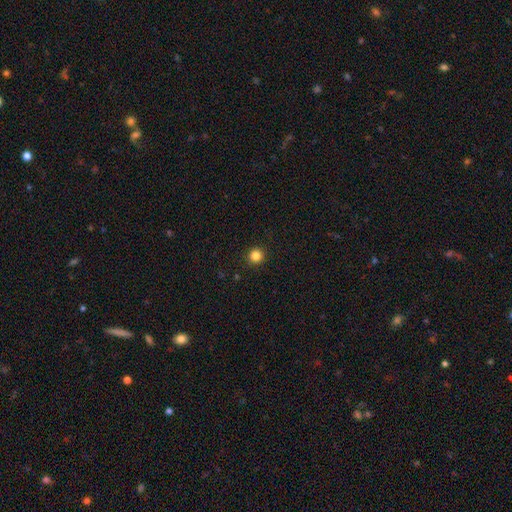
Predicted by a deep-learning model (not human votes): smooth 84%, star or artifact 12%, featured or disk 4%. Down the decision tree: how rounded — round (94%); merging — none (93%).